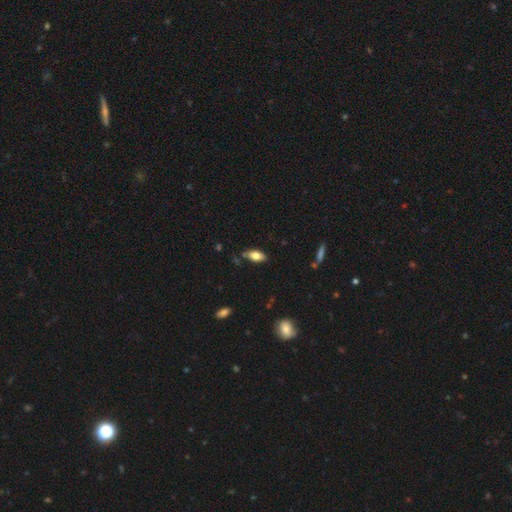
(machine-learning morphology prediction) This is likely a smooth galaxy (75%). How rounded: clearly in between (87%). Merging: likely none (76%).